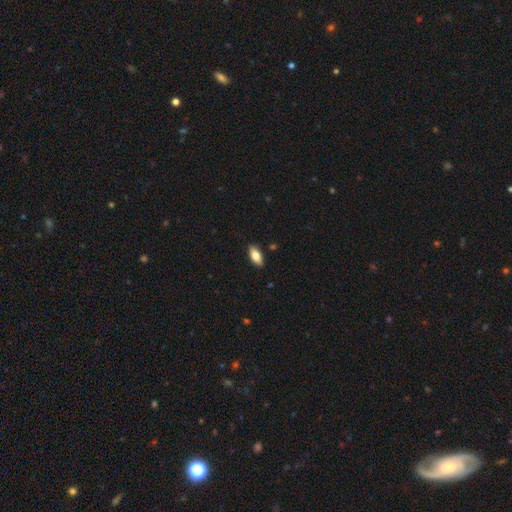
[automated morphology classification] Q: Smooth or featured?
A: smooth (77%); runner-up: featured or disk (17%)
Q: How rounded?
A: in between (86%); runner-up: cigar-shaped (11%)
Q: Merging?
A: none (89%); runner-up: minor disturbance (8%)